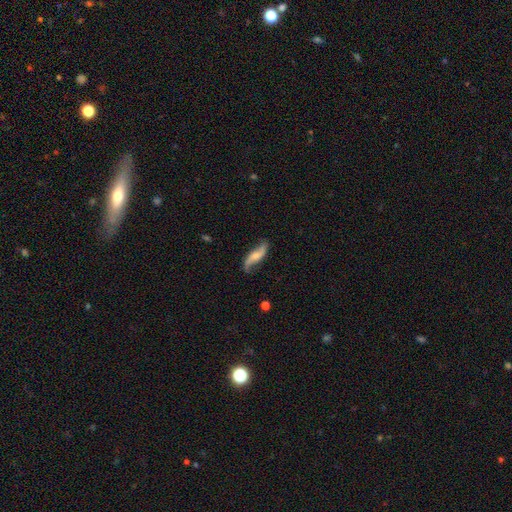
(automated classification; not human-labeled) Overall: featured or disk (75%). Edge-on disk: no (87%). Bar: no (57%; weak 30%). Spiral arms: yes (93%). Spiral arm count: 2 (91%). Spiral winding: loose (86%). Bulge size: small (47%; moderate 37%). Merging: none (72%).